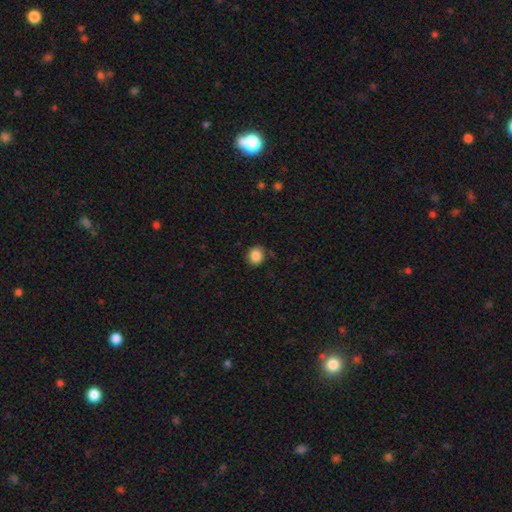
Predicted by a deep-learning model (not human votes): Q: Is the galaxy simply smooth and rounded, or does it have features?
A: smooth — 87%.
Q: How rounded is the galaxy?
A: round — 78%.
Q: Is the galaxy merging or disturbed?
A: none — 84%.